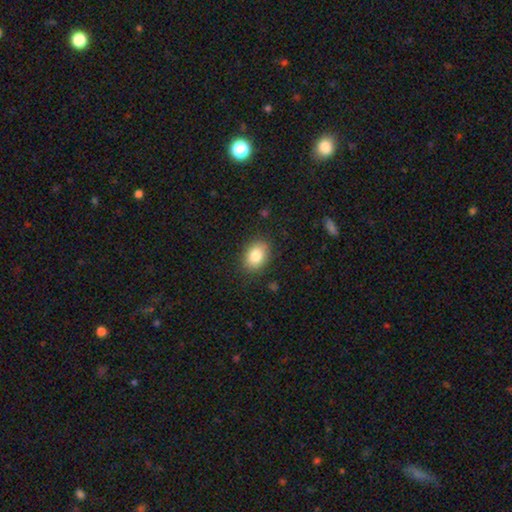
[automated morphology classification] This appears to be a smooth galaxy with no disk features (84%) that is in between round and cigar-shaped (73%). Merging: none (86%).